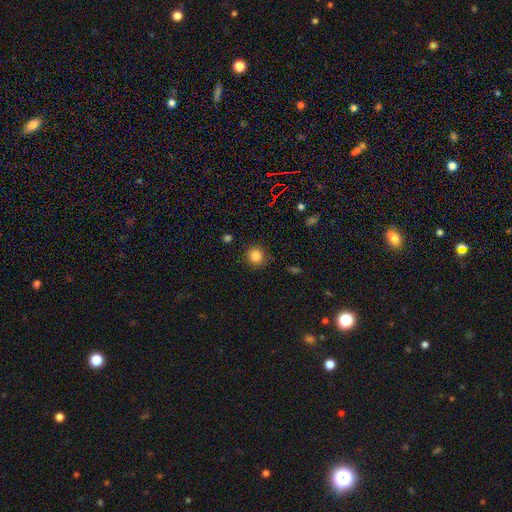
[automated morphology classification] Smooth or featured?
  - smooth: 84% *
  - star or artifact: 12%
  - featured or disk: 4%
How rounded?
  - round: 88% *
  - in between: 11%
  - cigar-shaped: 1%
Merging?
  - none: 84% *
  - minor disturbance: 11%
  - major disturbance: 3%
  - merger: 1%